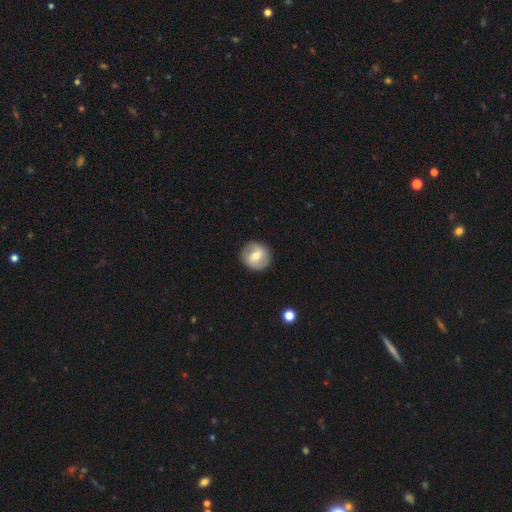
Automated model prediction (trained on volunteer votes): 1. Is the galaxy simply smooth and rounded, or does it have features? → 48% featured or disk, 45% smooth, 7% star or artifact.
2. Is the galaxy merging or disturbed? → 87% none, 9% minor disturbance, 3% major disturbance, 1% merger.